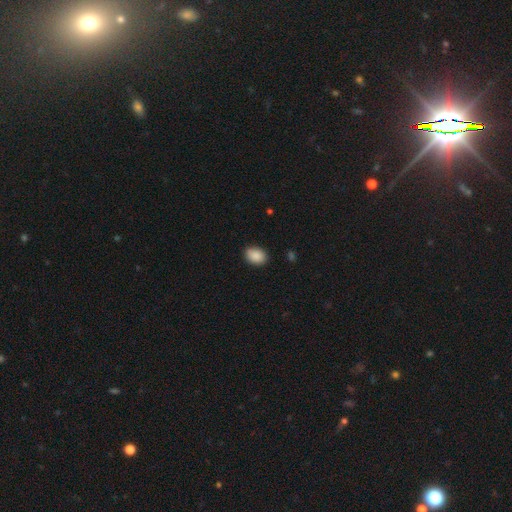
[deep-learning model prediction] smooth-or-featured: smooth: 89% | star or artifact: 7% | featured or disk: 4%
  how-rounded: in between: 76% | round: 23% | cigar-shaped: 1%
  merging: none: 86% | minor disturbance: 11% | major disturbance: 2% | merger: 1%